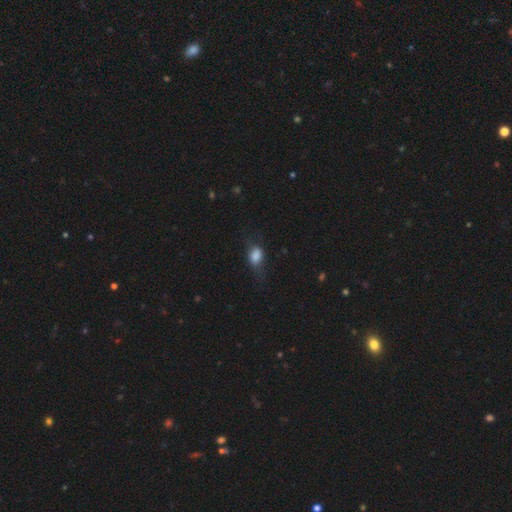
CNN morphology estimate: This is likely a smooth galaxy (79%). How rounded: likely in between (77%). Merging: possibly none (46%).